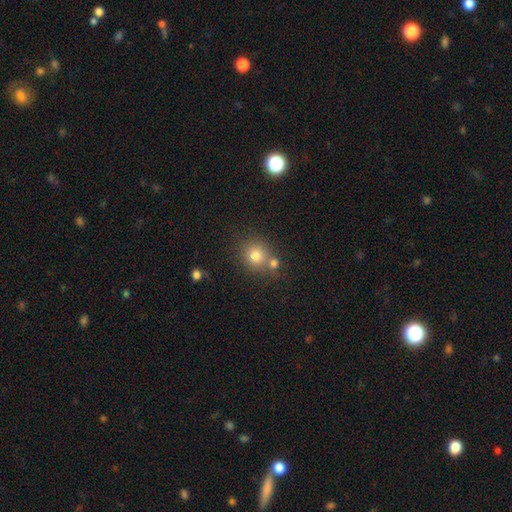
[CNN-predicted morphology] Smooth or featured? Predicted: smooth (p=0.78). How rounded? Predicted: round (p=0.85). Merging? Predicted: none (p=0.61).